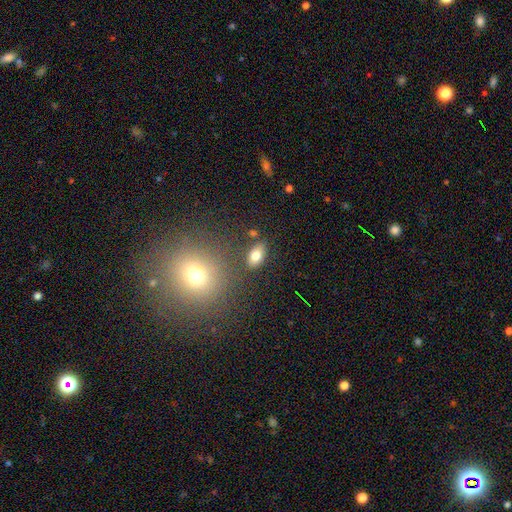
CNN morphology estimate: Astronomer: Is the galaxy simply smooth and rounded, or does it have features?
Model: smooth — 79%.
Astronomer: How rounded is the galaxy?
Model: in between — 88%.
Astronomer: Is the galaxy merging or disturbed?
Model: none — 81%.